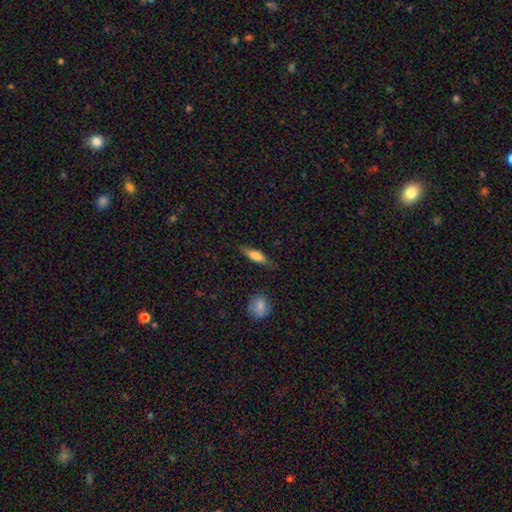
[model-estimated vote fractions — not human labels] Morphology: type=smooth (68%); roundness=cigar-shaped (52%); merging=none (80%).